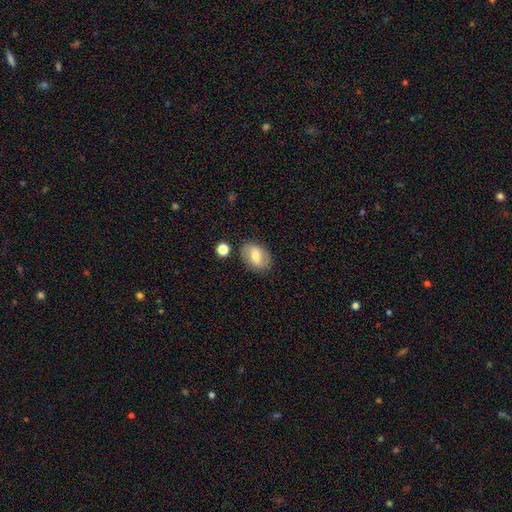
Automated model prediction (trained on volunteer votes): Smooth or featured: smooth — 65% (featured or disk — 27%)
How rounded: in between — 77% (round — 21%)
Merging: none — 80% (minor disturbance — 13%)